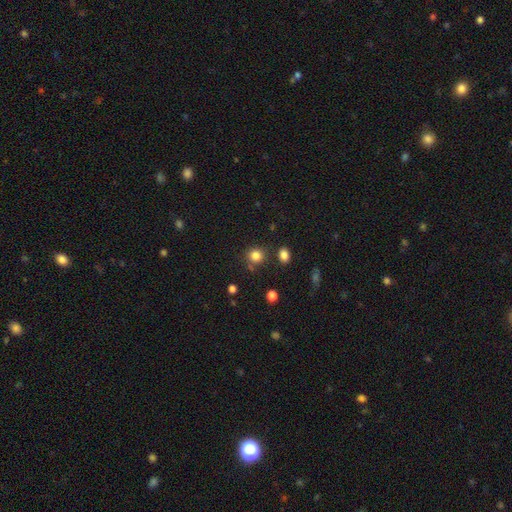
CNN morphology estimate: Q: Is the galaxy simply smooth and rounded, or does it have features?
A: smooth — 82%.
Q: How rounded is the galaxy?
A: round — 85%.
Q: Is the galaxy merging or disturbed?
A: none — 78%.